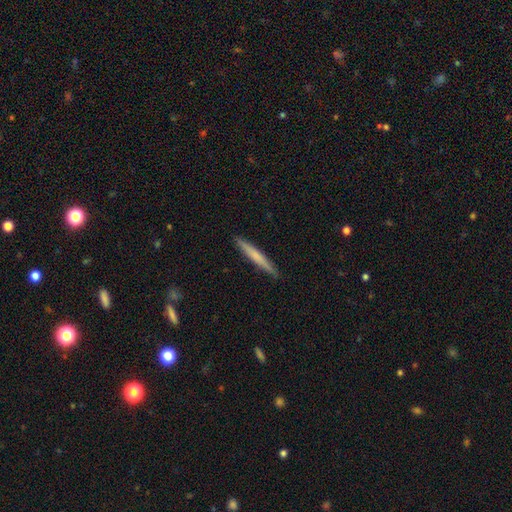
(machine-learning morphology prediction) smooth_or_featured: smooth (p=0.61) [alt: featured or disk p=0.33]
how_rounded: cigar-shaped (p=0.97) [alt: in between p=0.02]
merging: none (p=0.92) [alt: minor disturbance p=0.06]